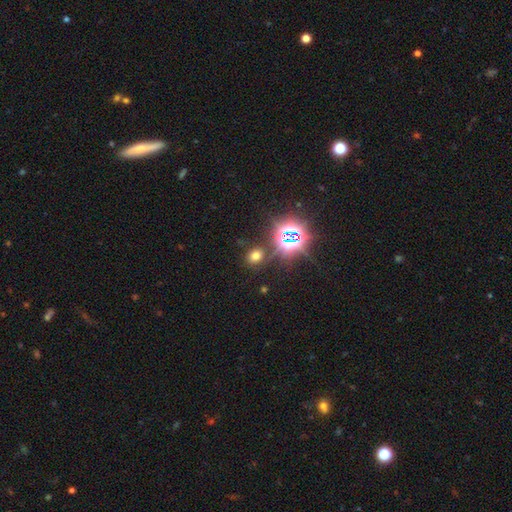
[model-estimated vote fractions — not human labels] smooth_or_featured: smooth (p=0.56) [alt: star or artifact p=0.36]
how_rounded: round (p=0.54) [alt: in between p=0.44]
merging: none (p=0.82) [alt: minor disturbance p=0.10]